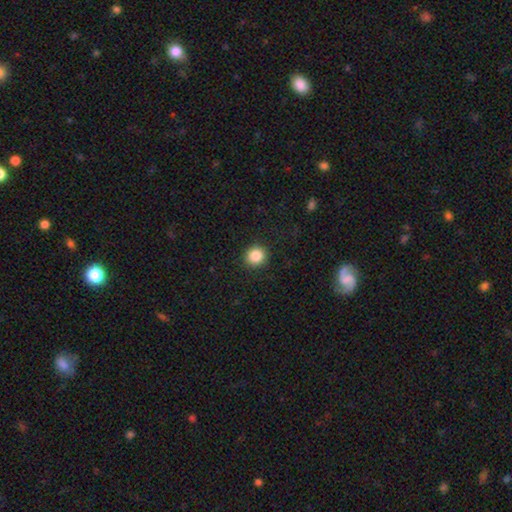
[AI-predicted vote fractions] The model was most divided on "smooth or featured": smooth: 86%, star or artifact: 10%, featured or disk: 4%. More confident: merging — none (92%); how rounded — round (91%).